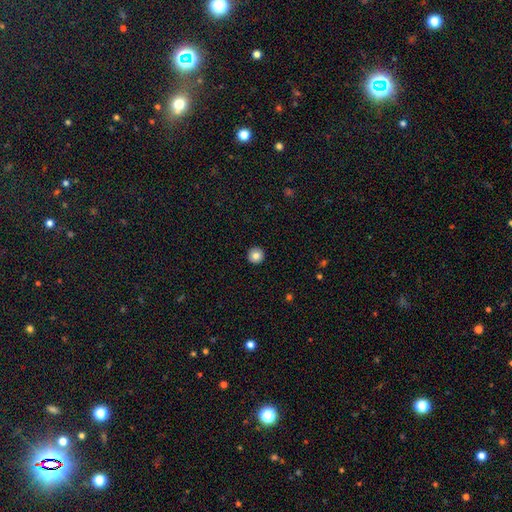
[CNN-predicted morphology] smooth 83%, star or artifact 9%, featured or disk 8%. Down the decision tree: how rounded — round (96%); merging — none (94%).